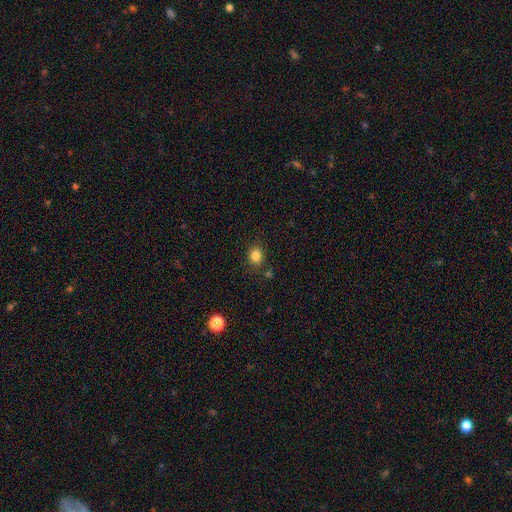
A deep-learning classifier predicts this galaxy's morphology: The model was most divided on "how rounded": round: 73%, in between: 26%, cigar-shaped: 1%. More confident: smooth or featured — smooth (83%); merging — none (83%).